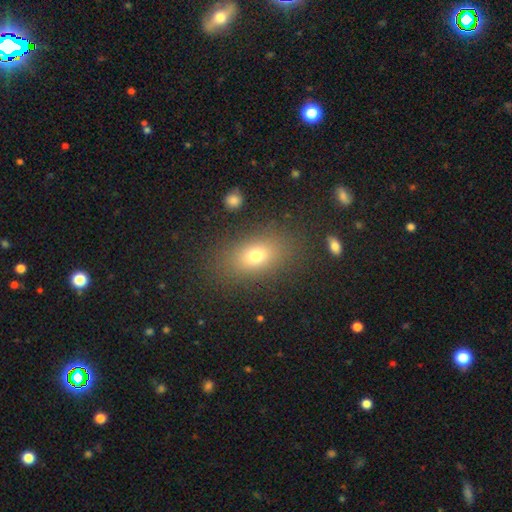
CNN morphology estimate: smooth 73%, star or artifact 13%, featured or disk 13%. Down the decision tree: how rounded — in between (80%); merging — none (84%).